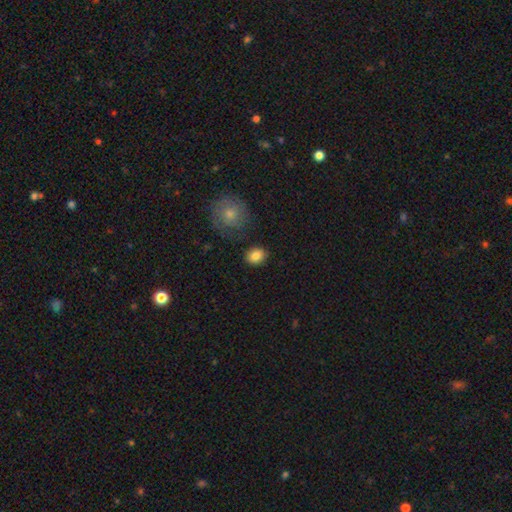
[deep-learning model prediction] This is clearly a smooth galaxy (85%). How rounded: possibly round (50%). Merging: clearly none (84%).